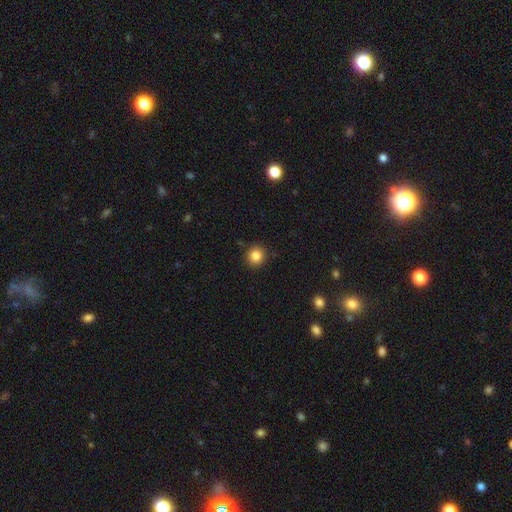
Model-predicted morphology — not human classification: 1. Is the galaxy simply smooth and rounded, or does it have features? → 84% smooth, 11% star or artifact, 5% featured or disk.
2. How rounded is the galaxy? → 90% round, 9% in between, 1% cigar-shaped.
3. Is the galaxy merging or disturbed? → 90% none, 7% minor disturbance, 2% major disturbance, 2% merger.